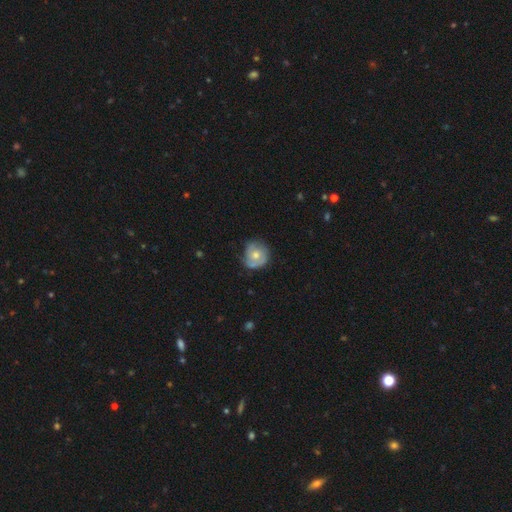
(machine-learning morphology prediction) This appears to be a featured or disk galaxy (56%) with no bar (79%), spiral arms (79%) and a moderate central bulge (64%). Merging: none (65%).